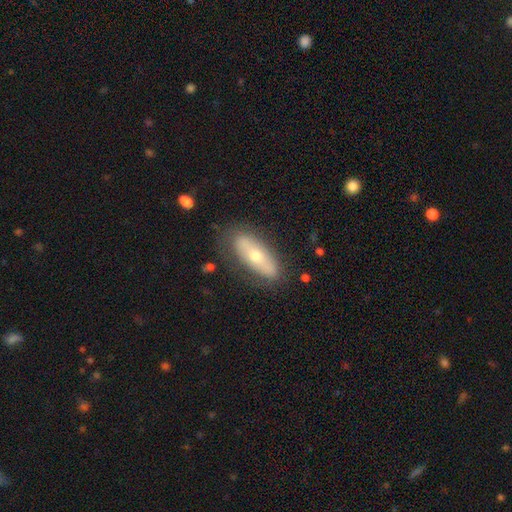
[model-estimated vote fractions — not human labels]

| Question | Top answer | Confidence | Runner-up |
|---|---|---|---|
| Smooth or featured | smooth | 50% | featured or disk (44%) |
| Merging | none | 77% | minor disturbance (16%) |